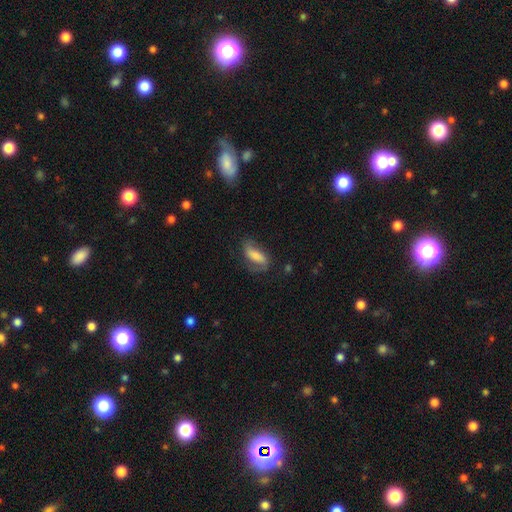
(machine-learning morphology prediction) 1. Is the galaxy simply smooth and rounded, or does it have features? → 47% featured or disk, 46% smooth, 8% star or artifact.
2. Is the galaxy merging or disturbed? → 60% none, 24% minor disturbance, 14% major disturbance, 2% merger.